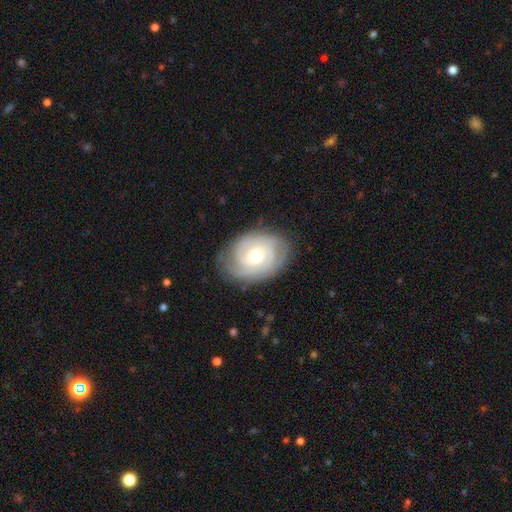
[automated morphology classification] smooth_or_featured: featured or disk (p=0.77) [alt: smooth p=0.17]
disk_edge_on: no (p=0.96) [alt: yes p=0.04]
bar: no (p=0.71) [alt: weak p=0.24]
has_spiral_arms: yes (p=0.93) [alt: no p=0.07]
spiral_winding: tight (p=0.68) [alt: medium p=0.26]
spiral_arm_count: 3 (p=0.30) [alt: can't tell p=0.29]
bulge_size: moderate (p=0.64) [alt: small p=0.30]
merging: none (p=0.79) [alt: minor disturbance p=0.15]